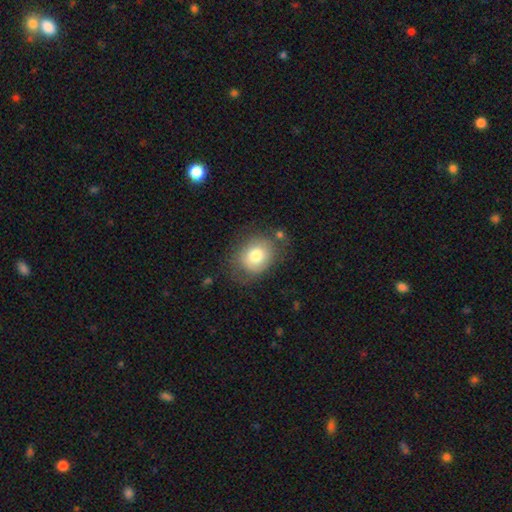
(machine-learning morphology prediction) Overall: smooth (75%). How rounded: round (53%; in between 46%). Merging: none (67%).